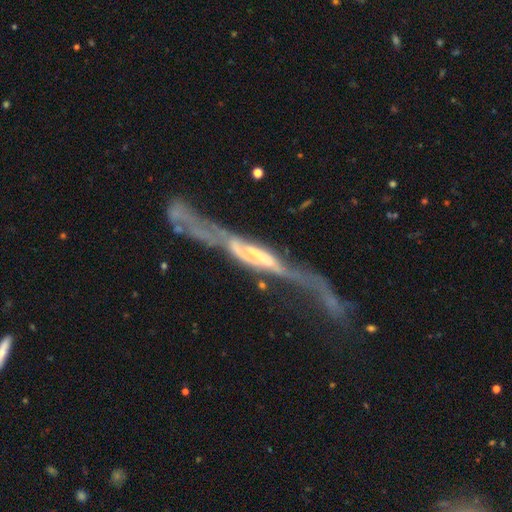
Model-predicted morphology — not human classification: This is likely a featured or disk galaxy (75%). It is likely viewed edge-on (60%). Merging: possibly major disturbance (48%).